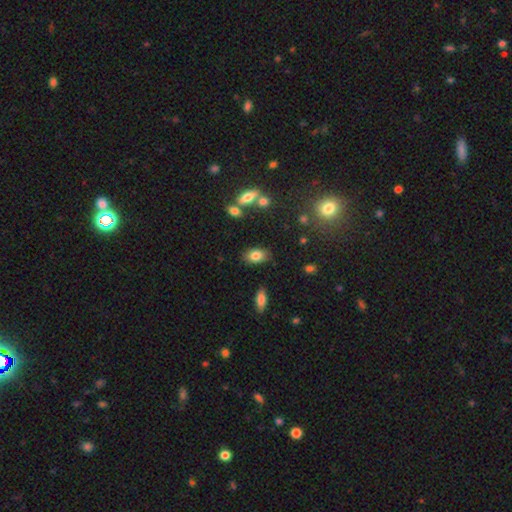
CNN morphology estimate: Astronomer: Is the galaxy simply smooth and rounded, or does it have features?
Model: smooth — 81%.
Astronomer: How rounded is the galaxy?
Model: in between — 89%.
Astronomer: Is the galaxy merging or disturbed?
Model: none — 81%.